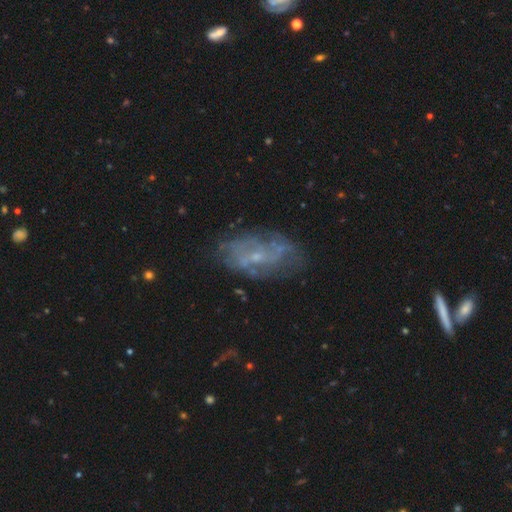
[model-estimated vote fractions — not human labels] smooth_or_featured: featured or disk (p=0.71) [alt: smooth p=0.19]
disk_edge_on: no (p=0.94) [alt: yes p=0.06]
bar: no (p=0.58) [alt: weak p=0.36]
has_spiral_arms: yes (p=0.68) [alt: no p=0.32]
bulge_size: small (p=0.71) [alt: moderate p=0.18]
merging: none (p=0.64) [alt: minor disturbance p=0.21]